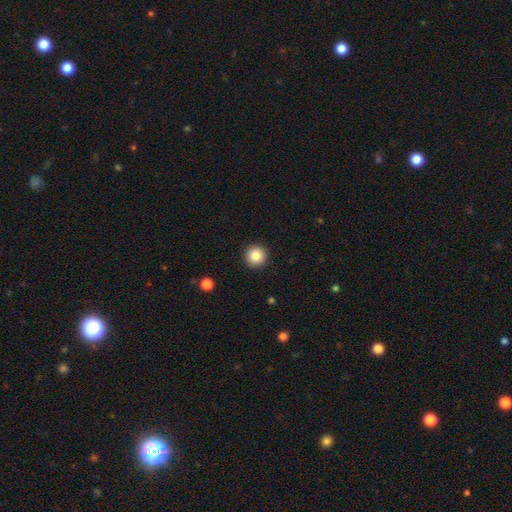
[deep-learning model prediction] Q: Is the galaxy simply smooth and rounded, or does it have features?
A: smooth — 86%.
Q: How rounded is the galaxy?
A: round — 96%.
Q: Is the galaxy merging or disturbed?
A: none — 93%.